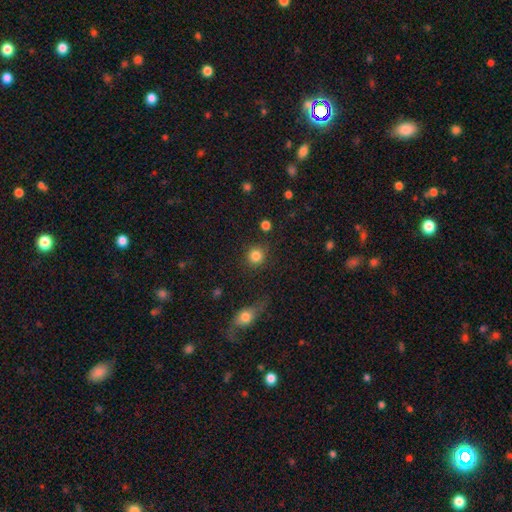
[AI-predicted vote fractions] The model was most divided on "smooth or featured": smooth: 84%, star or artifact: 10%, featured or disk: 5%. More confident: how rounded — round (91%); merging — none (86%).